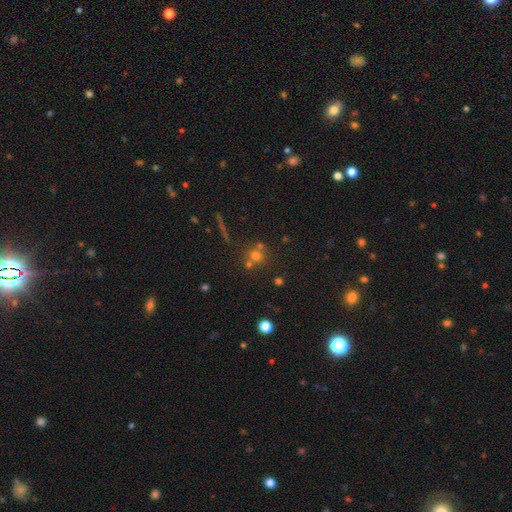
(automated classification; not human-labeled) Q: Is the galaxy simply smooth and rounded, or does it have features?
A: smooth — 61%.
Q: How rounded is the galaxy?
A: round — 88%.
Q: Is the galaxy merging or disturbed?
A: none — 57%.